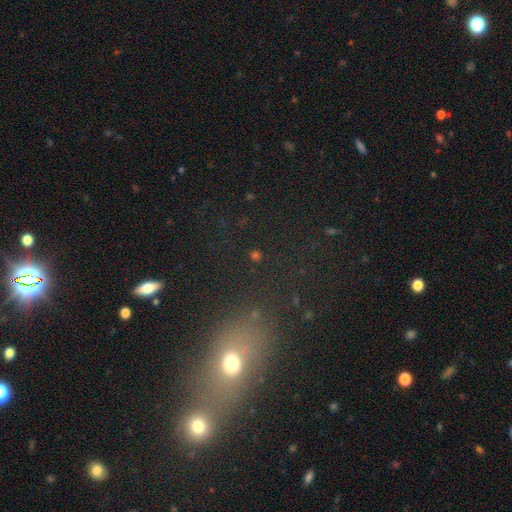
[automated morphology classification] A star or artifact, not a galaxy (44%).

Vote fractions:
- Smooth or featured? star or artifact: 44% / smooth: 42% / featured or disk: 15%